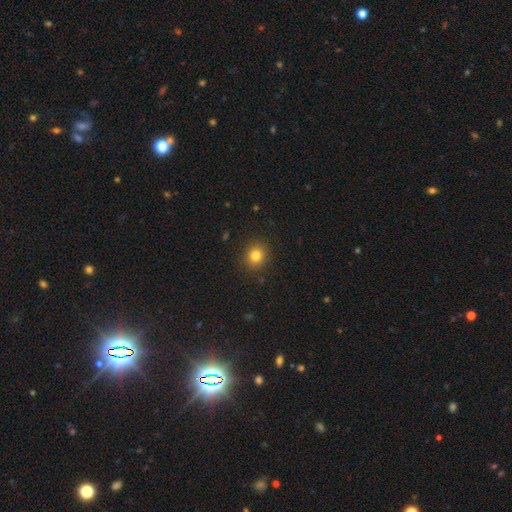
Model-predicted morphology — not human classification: A smooth galaxy with no disk features (81%) that is round (81%). Merging: none (89%).